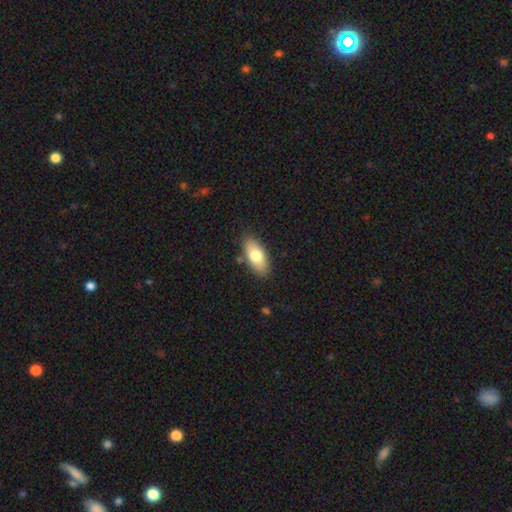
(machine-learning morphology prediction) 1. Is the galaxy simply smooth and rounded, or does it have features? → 74% smooth, 19% featured or disk, 7% star or artifact.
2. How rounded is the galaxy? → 88% in between, 9% cigar-shaped, 3% round.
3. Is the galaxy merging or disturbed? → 83% none, 12% minor disturbance, 3% major disturbance, 2% merger.